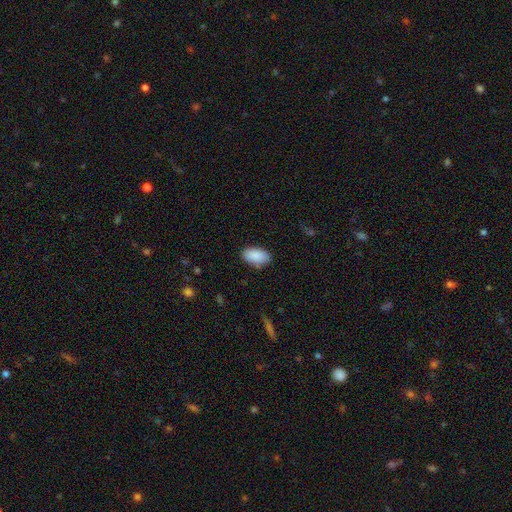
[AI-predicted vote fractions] A smooth galaxy with no disk features (90%) that is in between round and cigar-shaped (95%).

Vote fractions:
- Smooth or featured? smooth: 90% / star or artifact: 6% / featured or disk: 4%
- How rounded? in between: 95% / round: 4% / cigar-shaped: 2%
- Merging? none: 85% / minor disturbance: 11% / major disturbance: 3% / merger: 1%